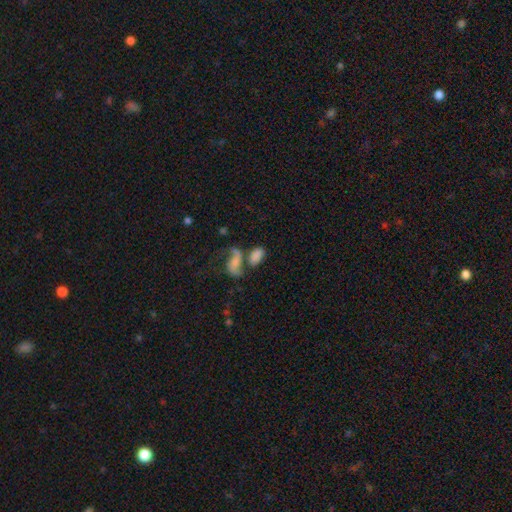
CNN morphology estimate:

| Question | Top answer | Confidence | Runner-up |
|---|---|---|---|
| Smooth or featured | smooth | 66% | featured or disk (24%) |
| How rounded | in between | 89% | round (7%) |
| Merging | merger | 44% | none (32%) |